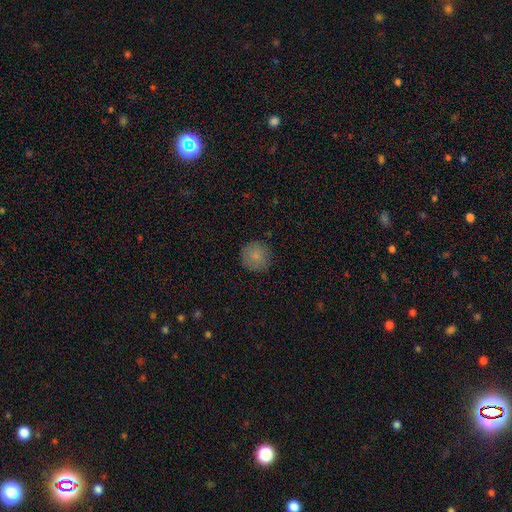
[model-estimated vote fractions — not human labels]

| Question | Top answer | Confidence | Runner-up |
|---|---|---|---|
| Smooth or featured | smooth | 83% | star or artifact (9%) |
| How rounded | round | 94% | in between (5%) |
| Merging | none | 86% | minor disturbance (11%) |